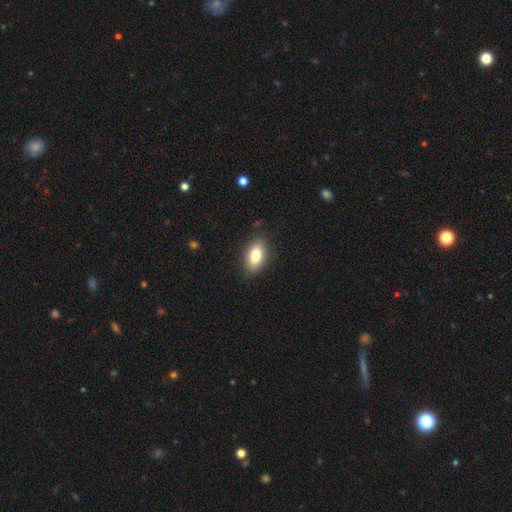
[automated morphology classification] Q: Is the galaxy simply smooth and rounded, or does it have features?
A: smooth — 83%.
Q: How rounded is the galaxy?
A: in between — 90%.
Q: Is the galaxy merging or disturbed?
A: none — 86%.